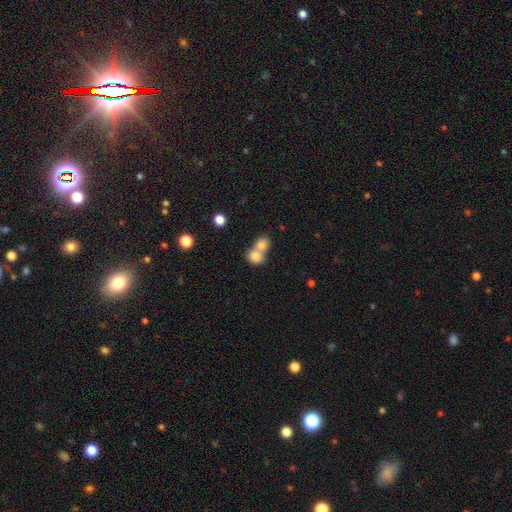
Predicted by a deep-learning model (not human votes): Q: Smooth or featured?
A: smooth (80%); runner-up: featured or disk (11%)
Q: How rounded?
A: round (65%); runner-up: in between (33%)
Q: Merging?
A: merger (66%); runner-up: none (26%)